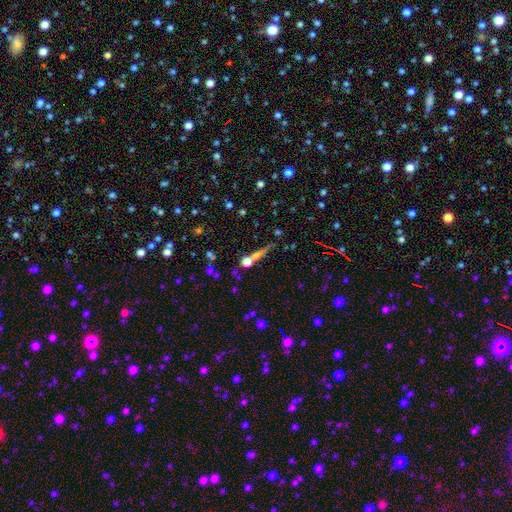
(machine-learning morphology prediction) type=smooth (47%); merging=none (59%).